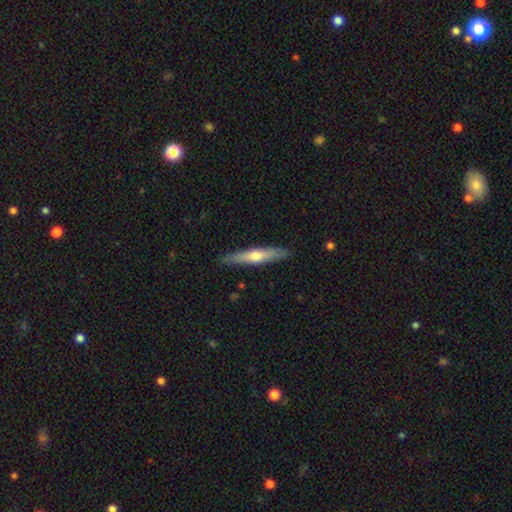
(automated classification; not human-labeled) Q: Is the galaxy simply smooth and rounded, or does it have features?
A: featured or disk — 48%.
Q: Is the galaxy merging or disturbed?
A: none — 89%.